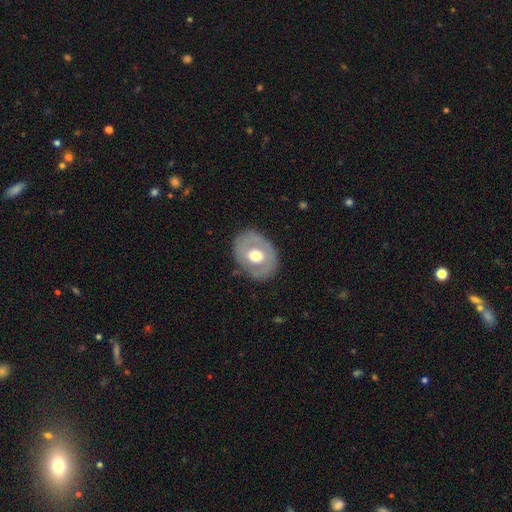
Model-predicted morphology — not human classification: Smooth or featured?
  - featured or disk: 52% *
  - smooth: 42%
  - star or artifact: 6%
Edge-on disk?
  - no: 94% *
  - yes: 6%
Merging?
  - none: 77% *
  - minor disturbance: 16%
  - major disturbance: 6%
  - merger: 1%